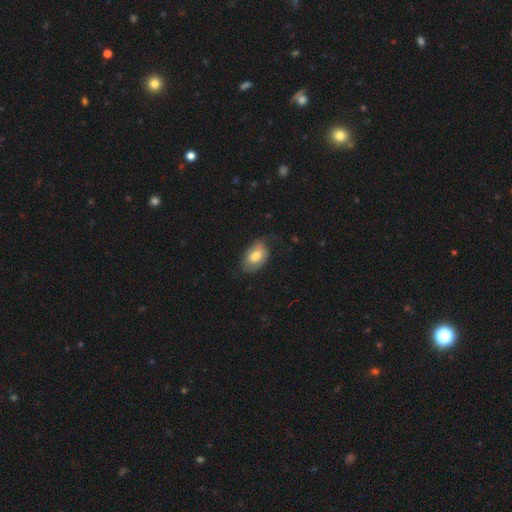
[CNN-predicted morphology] type=smooth (64%); roundness=in between (89%); merging=none (60%).